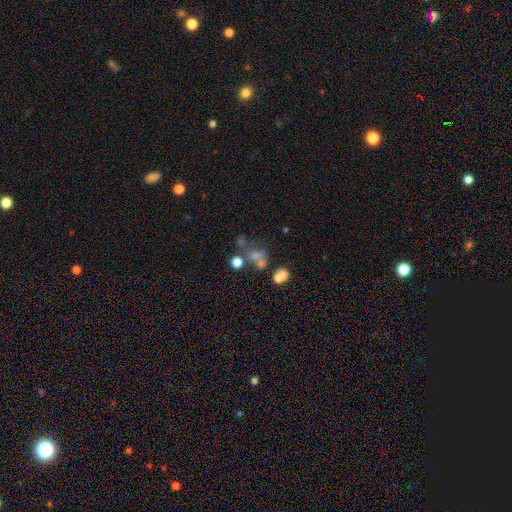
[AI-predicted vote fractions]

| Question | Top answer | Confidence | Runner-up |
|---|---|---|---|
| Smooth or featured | smooth | 40% | star or artifact (33%) |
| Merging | none | 37% | merger (34%) |